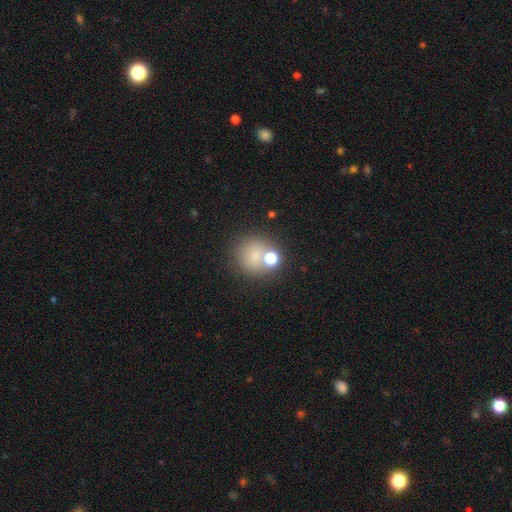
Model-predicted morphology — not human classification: This appears to be a smooth galaxy with no disk features (71%) that is round (85%). Merging: none (61%).